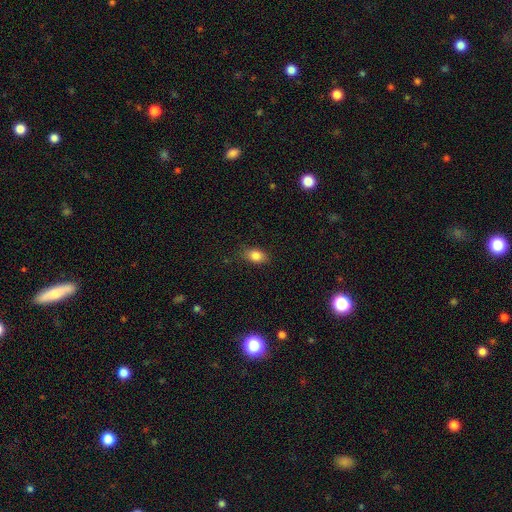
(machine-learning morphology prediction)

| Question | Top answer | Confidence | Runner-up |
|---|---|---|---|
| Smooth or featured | smooth | 84% | star or artifact (9%) |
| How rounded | in between | 84% | round (14%) |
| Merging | none | 82% | minor disturbance (14%) |